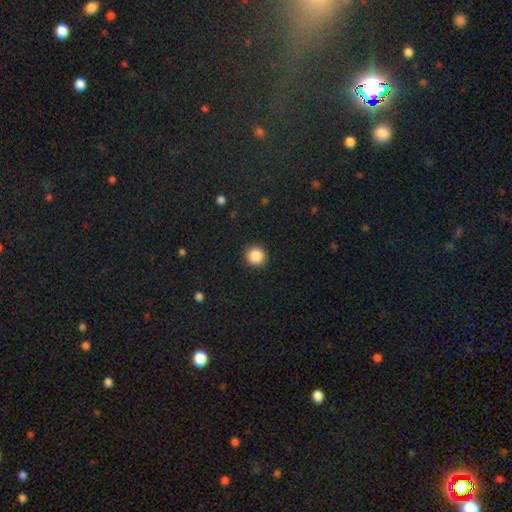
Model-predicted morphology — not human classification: Smooth or featured: smooth — 88% (star or artifact — 9%)
How rounded: round — 94% (in between — 5%)
Merging: none — 92% (minor disturbance — 6%)